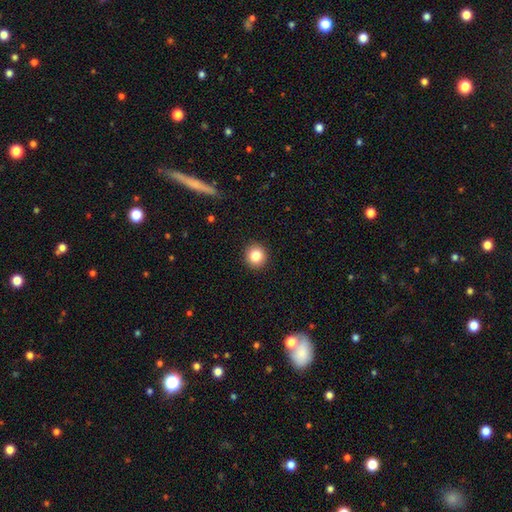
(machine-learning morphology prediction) The model was most divided on "smooth or featured": smooth: 83%, star or artifact: 10%, featured or disk: 7%. More confident: merging — none (93%); how rounded — round (92%).